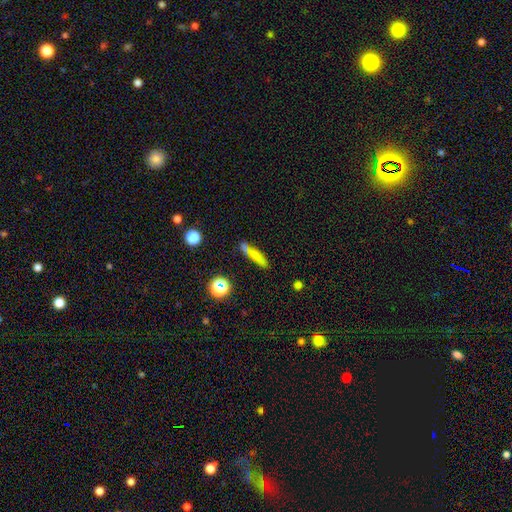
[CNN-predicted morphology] Smooth or featured: smooth — 69% (featured or disk — 16%)
How rounded: cigar-shaped — 72% (in between — 23%)
Merging: none — 61% (merger — 20%)